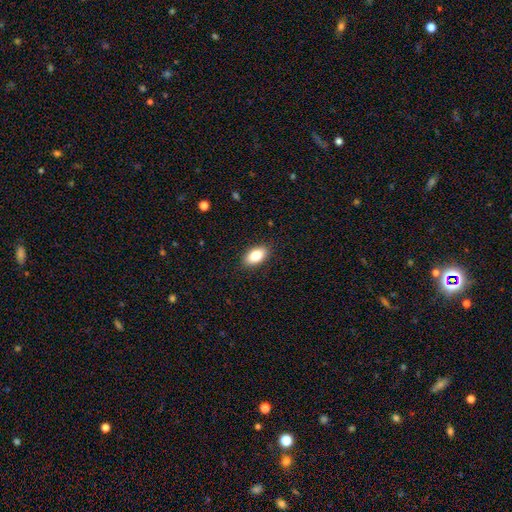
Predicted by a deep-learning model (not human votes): The model was most divided on "smooth or featured": smooth: 83%, featured or disk: 9%, star or artifact: 8%. More confident: how rounded — in between (92%); merging — none (89%).